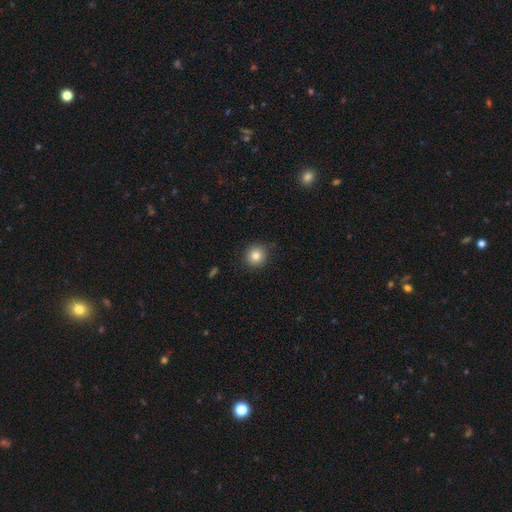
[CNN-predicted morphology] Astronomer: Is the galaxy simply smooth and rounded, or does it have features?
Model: smooth — 82%.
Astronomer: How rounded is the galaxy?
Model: round — 89%.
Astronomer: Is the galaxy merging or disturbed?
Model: none — 83%.